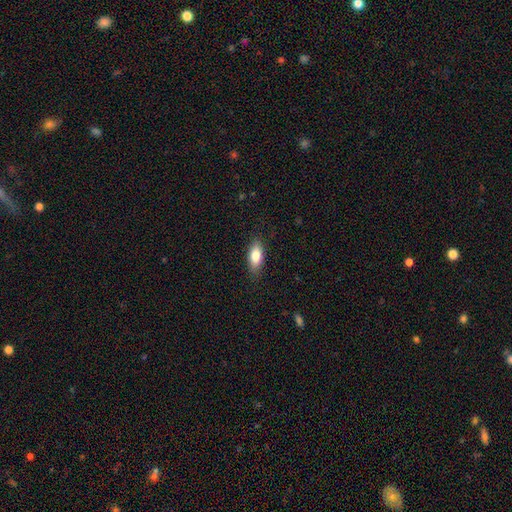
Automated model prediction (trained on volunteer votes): Smooth or featured? smooth (81%)
How rounded? in between (83%)
Merging? none (85%)